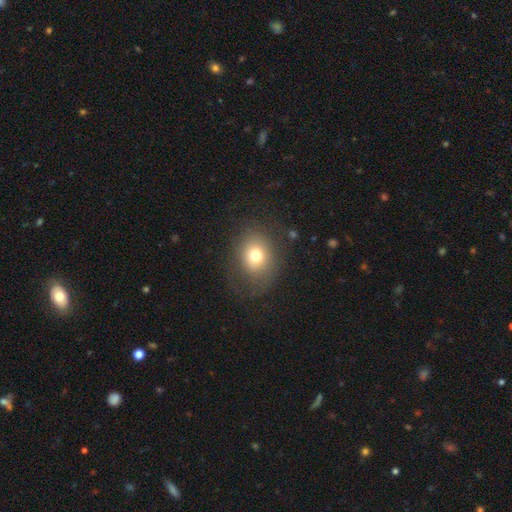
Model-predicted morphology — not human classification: type=smooth (71%); roundness=round (52%); merging=none (72%).